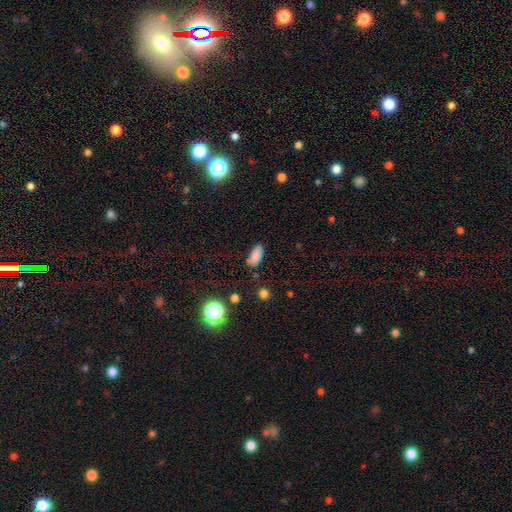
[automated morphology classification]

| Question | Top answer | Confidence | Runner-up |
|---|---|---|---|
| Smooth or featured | smooth | 83% | star or artifact (12%) |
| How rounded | in between | 90% | cigar-shaped (7%) |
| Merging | none | 74% | minor disturbance (20%) |